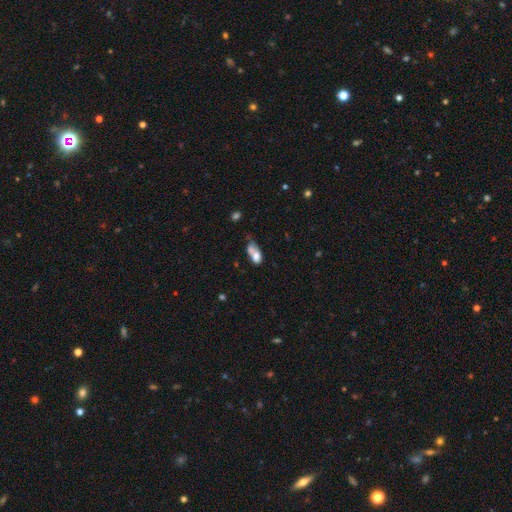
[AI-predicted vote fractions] smooth-or-featured: smooth: 66% | featured or disk: 24% | star or artifact: 10%
  how-rounded: in between: 79% | round: 14% | cigar-shaped: 7%
  merging: merger: 47% | none: 21% | minor disturbance: 17% | major disturbance: 15%